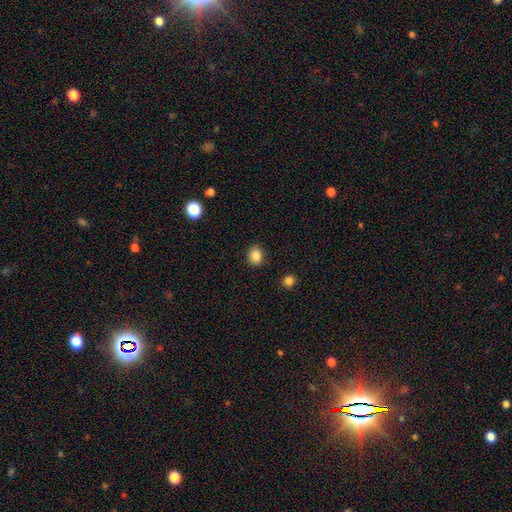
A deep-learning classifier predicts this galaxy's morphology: Smooth or featured? Predicted: smooth (p=0.86). How rounded? Predicted: round (p=0.60). Merging? Predicted: none (p=0.87).